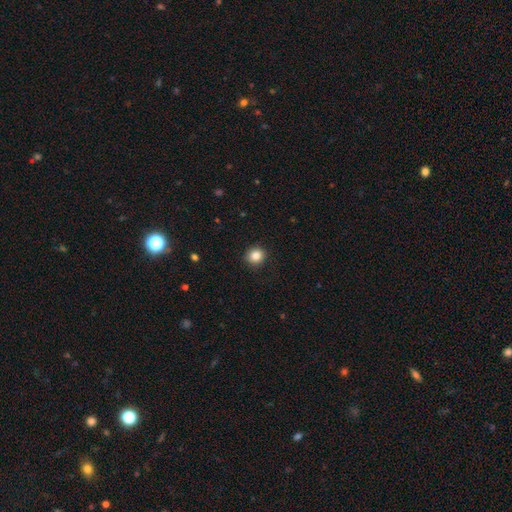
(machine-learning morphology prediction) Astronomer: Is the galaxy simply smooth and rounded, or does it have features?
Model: smooth — 86%.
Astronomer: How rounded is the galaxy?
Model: round — 86%.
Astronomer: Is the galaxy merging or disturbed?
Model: none — 91%.